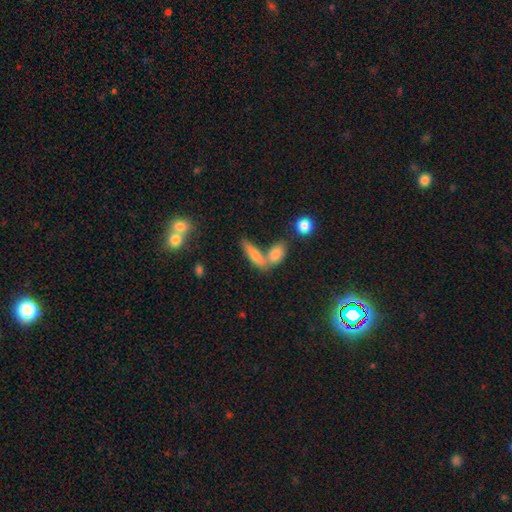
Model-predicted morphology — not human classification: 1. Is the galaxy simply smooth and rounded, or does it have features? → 73% smooth, 18% featured or disk, 9% star or artifact.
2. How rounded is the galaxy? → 51% cigar-shaped, 45% in between, 4% round.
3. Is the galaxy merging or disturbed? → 46% merger, 41% none, 9% minor disturbance, 4% major disturbance.